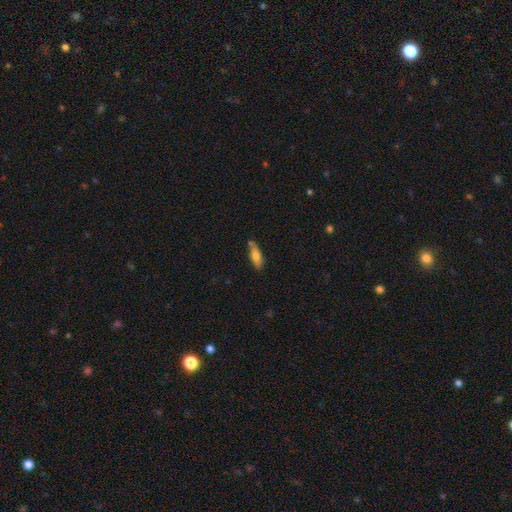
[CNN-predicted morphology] This appears to be a smooth galaxy with no disk features (71%) that is in between round and cigar-shaped (50%). Merging: none (68%).